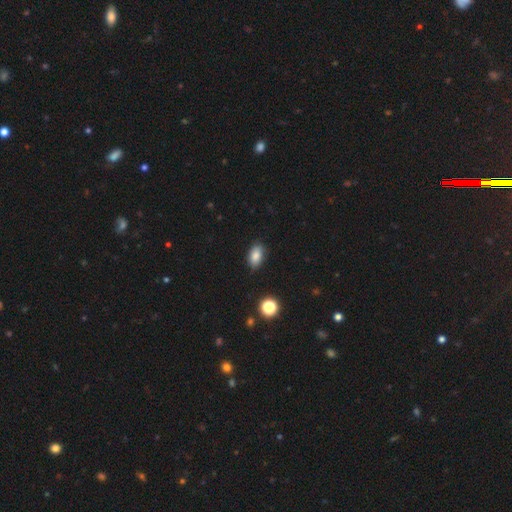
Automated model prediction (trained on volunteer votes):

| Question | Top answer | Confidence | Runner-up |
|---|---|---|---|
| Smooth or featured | smooth | 84% | star or artifact (9%) |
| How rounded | in between | 90% | round (8%) |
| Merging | none | 87% | minor disturbance (10%) |